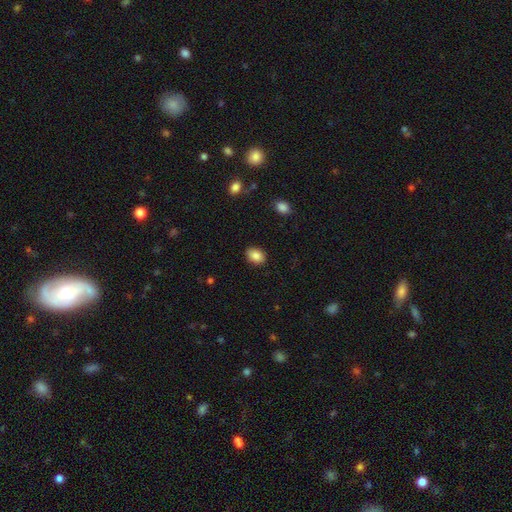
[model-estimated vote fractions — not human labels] This is clearly a smooth galaxy (87%). How rounded: likely in between (75%). Merging: clearly none (88%).